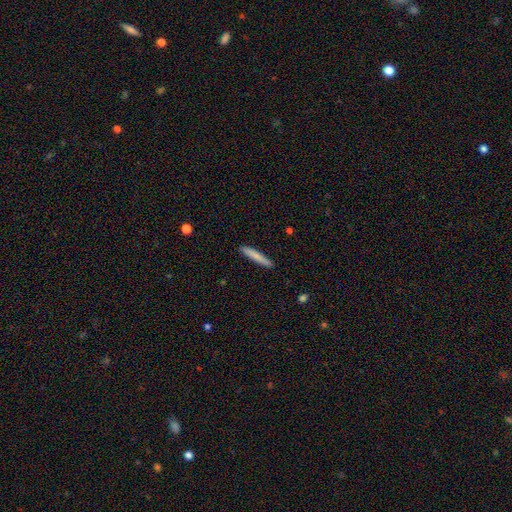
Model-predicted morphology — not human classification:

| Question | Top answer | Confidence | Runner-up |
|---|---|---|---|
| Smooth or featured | smooth | 79% | featured or disk (16%) |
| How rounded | cigar-shaped | 94% | in between (4%) |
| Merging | none | 90% | minor disturbance (7%) |